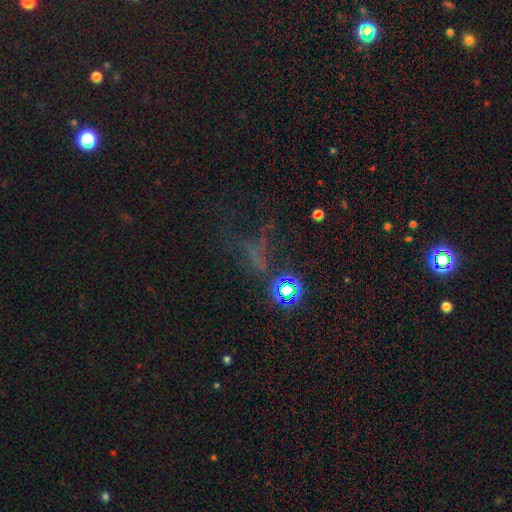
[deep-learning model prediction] This is possibly a star or artifact rather than a galaxy (56%).